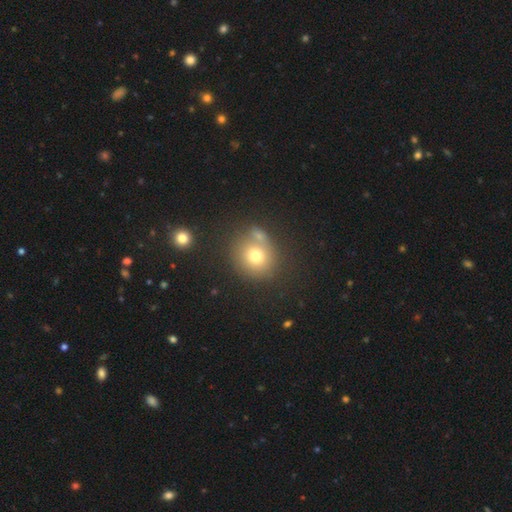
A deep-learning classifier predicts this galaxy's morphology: Smooth or featured: smooth — 72% (star or artifact — 14%)
How rounded: round — 84% (in between — 15%)
Merging: none — 61% (merger — 23%)